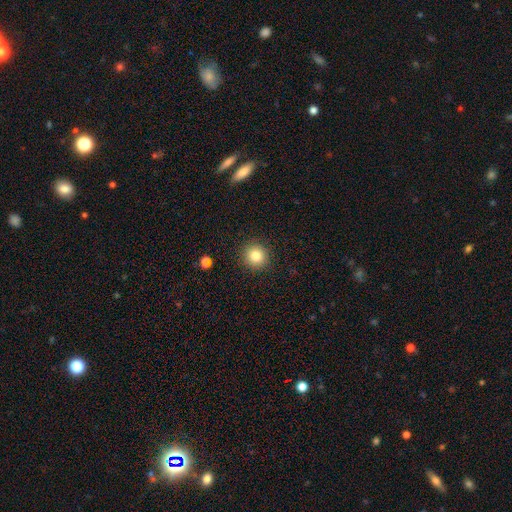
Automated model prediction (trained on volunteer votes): smooth 83%, star or artifact 11%, featured or disk 6%. Down the decision tree: how rounded — round (93%); merging — none (91%).